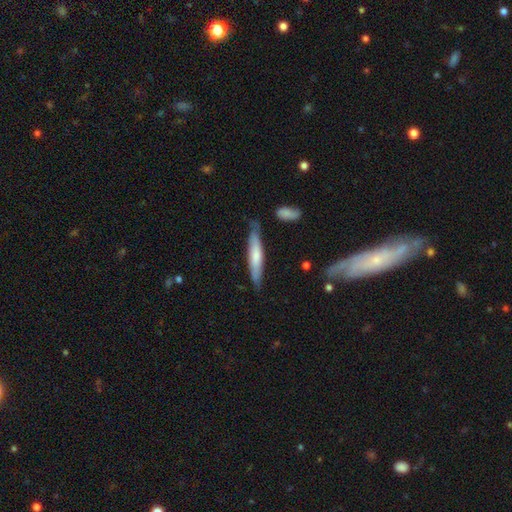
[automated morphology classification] Smooth or featured? Predicted: smooth (p=0.60). How rounded? Predicted: cigar-shaped (p=0.88). Merging? Predicted: none (p=0.76).